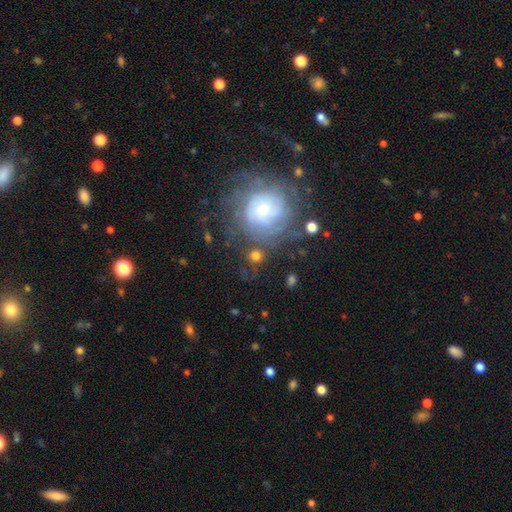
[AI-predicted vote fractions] This is possibly a smooth galaxy (52%). How rounded: clearly round (85%). Merging: likely none (67%).